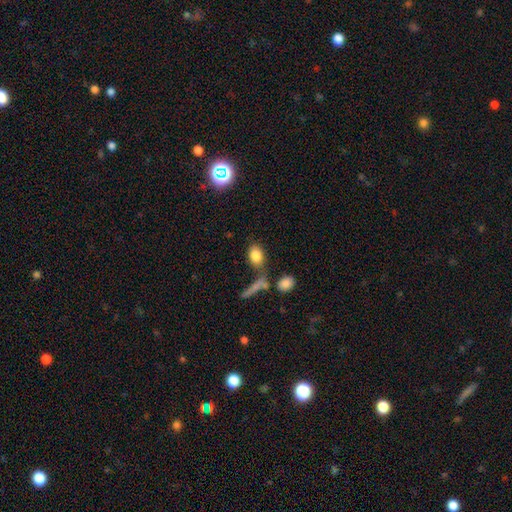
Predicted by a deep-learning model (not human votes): Smooth or featured? Predicted: smooth (p=0.83). How rounded? Predicted: in between (p=0.81). Merging? Predicted: none (p=0.64).